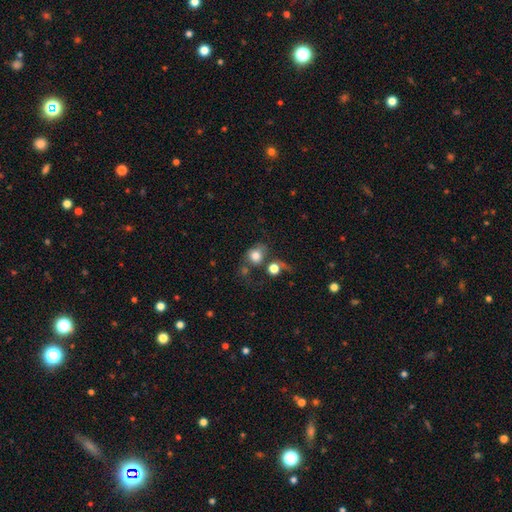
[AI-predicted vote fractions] Smooth or featured: smooth — 76% (featured or disk — 13%)
How rounded: round — 69% (in between — 30%)
Merging: none — 44% (merger — 23%)